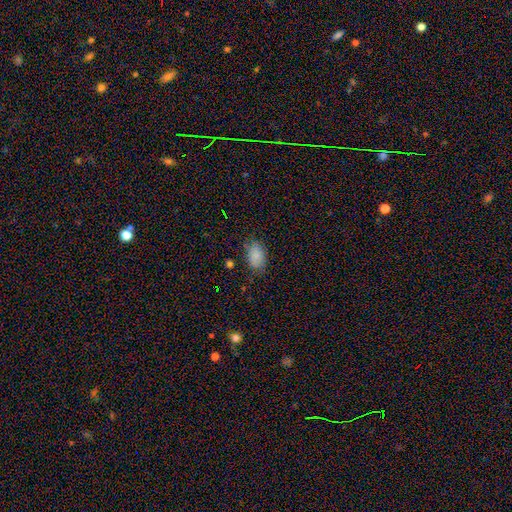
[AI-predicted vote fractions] Overall: smooth (84%). How rounded: in between (88%). Merging: none (73%).